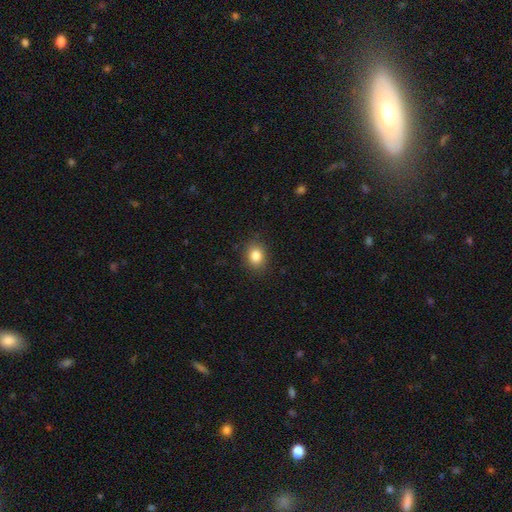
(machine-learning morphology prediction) A smooth galaxy with no disk features (84%) that is round (54%).

Vote fractions:
- Smooth or featured? smooth: 84% / star or artifact: 10% / featured or disk: 6%
- How rounded? round: 54% / in between: 45% / cigar-shaped: 1%
- Merging? none: 88% / minor disturbance: 9% / major disturbance: 3% / merger: 1%